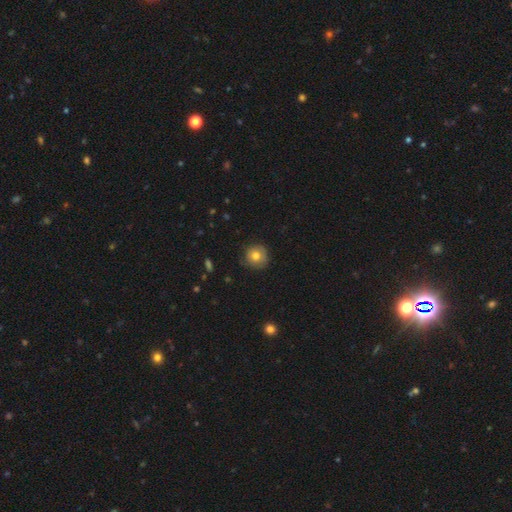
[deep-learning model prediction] Overall: smooth (76%). How rounded: round (93%). Merging: none (82%).